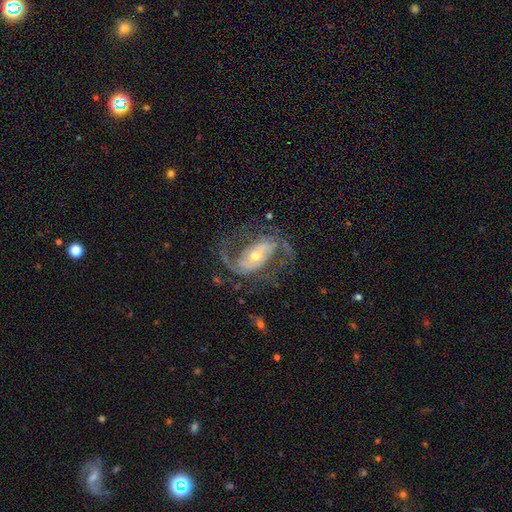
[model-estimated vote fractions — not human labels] The model was most divided on "bar": no: 36%, weak: 35%, strong: 29%. More confident: edge-on disk — no (96%); spiral arms — yes (95%); smooth or featured — featured or disk (89%); spiral arm count — 2 (84%); merging — none (68%); bulge size — small (55%); spiral winding — medium (53%).